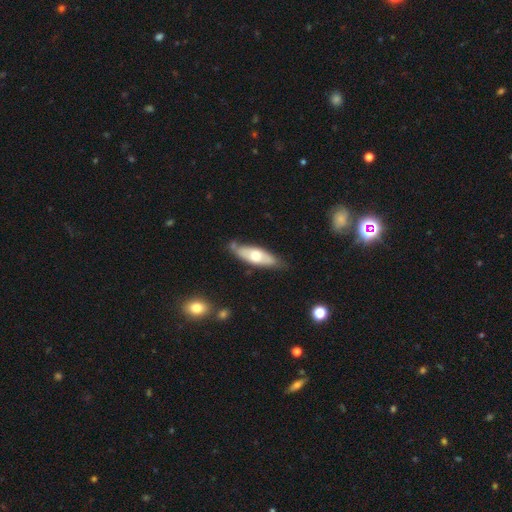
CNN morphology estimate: smooth-or-featured: smooth: 55% | featured or disk: 40% | star or artifact: 5%
  how-rounded: in between: 58% | cigar-shaped: 40% | round: 2%
  merging: none: 67% | minor disturbance: 24% | major disturbance: 5% | merger: 4%